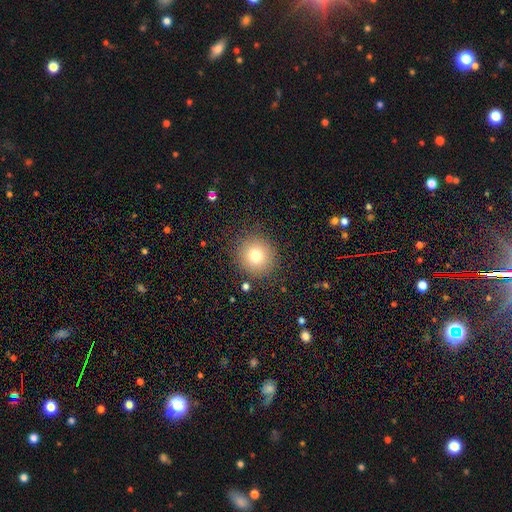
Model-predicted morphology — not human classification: smooth 77%, star or artifact 13%, featured or disk 10%. Down the decision tree: how rounded — round (92%); merging — none (87%).